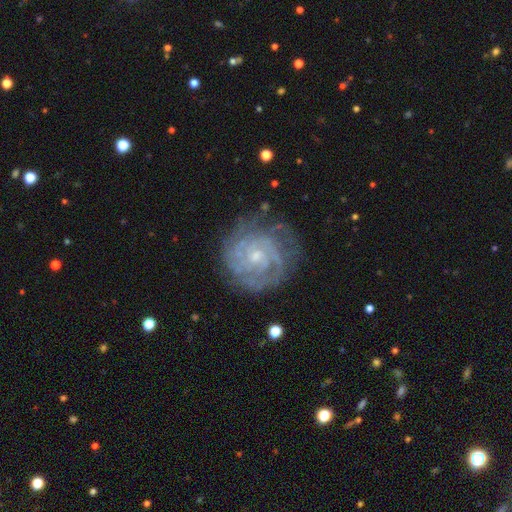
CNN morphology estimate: This is clearly a featured or disk galaxy (86%). It is clearly not viewed edge-on (98%). Bar: likely no (71%). Spiral arm pattern: clearly yes (96%). Spiral arm count: marginally can't tell (34%). Spiral winding: likely tight (77%). Central bulge: likely small (67%). Merging: likely none (73%).